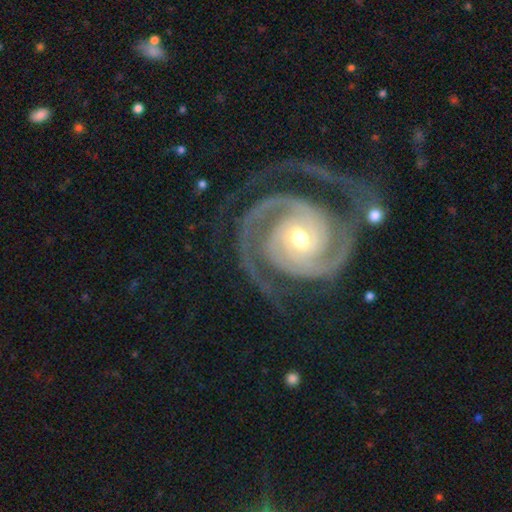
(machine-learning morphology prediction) Overall: featured or disk (94%). Edge-on disk: no (98%). Bar: no (51%; weak 27%). Spiral arms: yes (99%). Spiral arm count: 2 (84%). Spiral winding: tight (69%). Bulge size: moderate (51%; small 44%). Merging: none (70%).